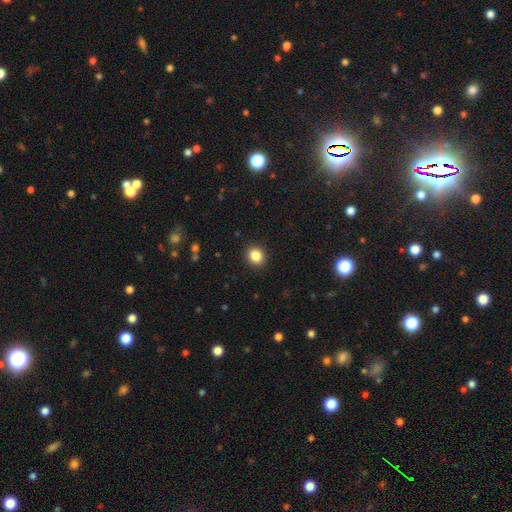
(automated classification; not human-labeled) A smooth galaxy with no disk features (85%) that is round (67%).

Vote fractions:
- Smooth or featured? smooth: 85% / star or artifact: 10% / featured or disk: 5%
- How rounded? round: 67% / in between: 32% / cigar-shaped: 1%
- Merging? none: 91% / minor disturbance: 6% / major disturbance: 2% / merger: 1%